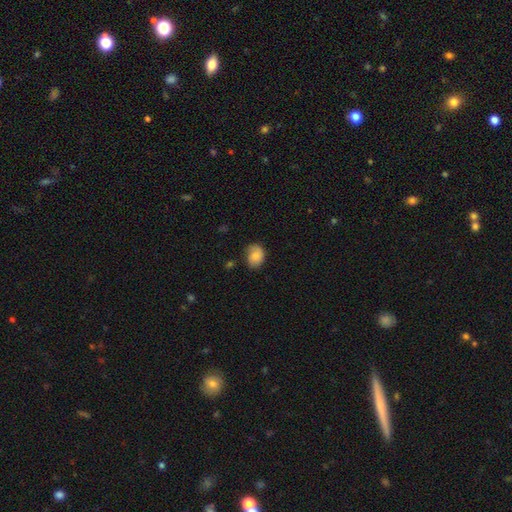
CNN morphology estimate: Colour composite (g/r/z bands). It shows a smooth galaxy with no disk features (71%) that is in between round and cigar-shaped (58%). Merging: none (64%).